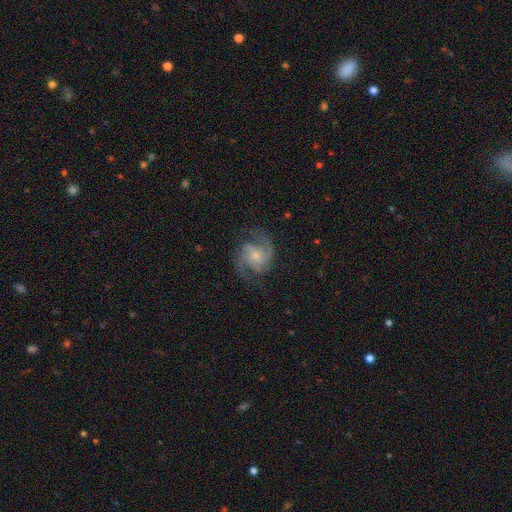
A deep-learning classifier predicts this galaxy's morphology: A featured or disk galaxy (89%) with no bar (67%), 2 (65%) medium (58%) spiral arms (98%) and a small central bulge (58%).

Vote fractions:
- Smooth or featured? featured or disk: 89% / smooth: 6% / star or artifact: 5%
- Edge-on disk? no: 98% / yes: 2%
- Bar? no: 67% / weak: 28% / strong: 5%
- Spiral arms? yes: 98% / no: 2%
- Spiral winding? medium: 58% / tight: 24% / loose: 18%
- Spiral arm count? 2: 65% / 3: 20% / can't tell: 5% / 4: 3% / 1: 3% / more than 4: 3%
- Bulge size? small: 58% / moderate: 32% / none: 5% / large: 3% / dominant: 1%
- Merging? none: 74% / minor disturbance: 15% / major disturbance: 9% / merger: 1%